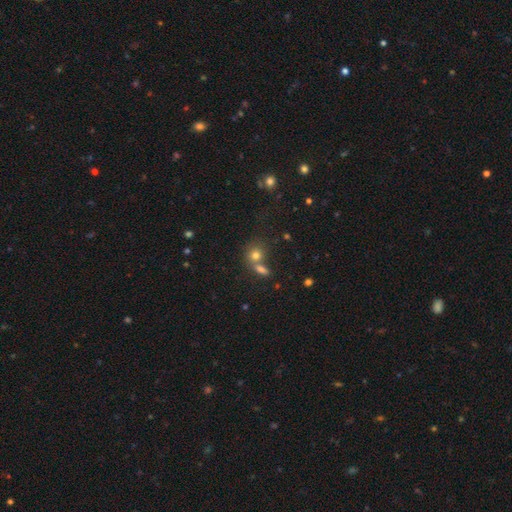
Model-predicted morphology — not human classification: Smooth or featured: smooth — 74% (star or artifact — 15%)
How rounded: round — 68% (in between — 30%)
Merging: none — 46% (merger — 41%)